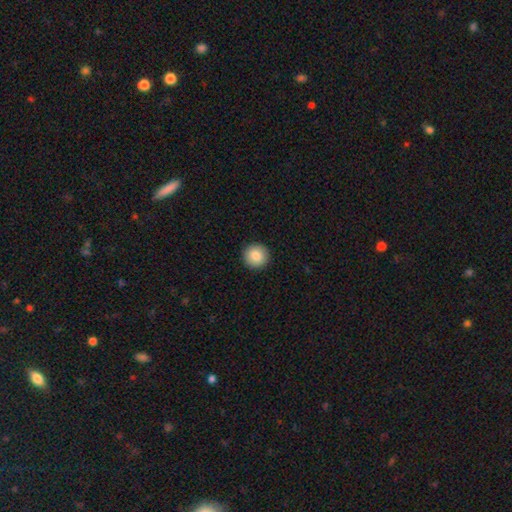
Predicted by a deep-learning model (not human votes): Smooth or featured: smooth — 85% (star or artifact — 8%)
How rounded: round — 96% (in between — 3%)
Merging: none — 93% (minor disturbance — 4%)